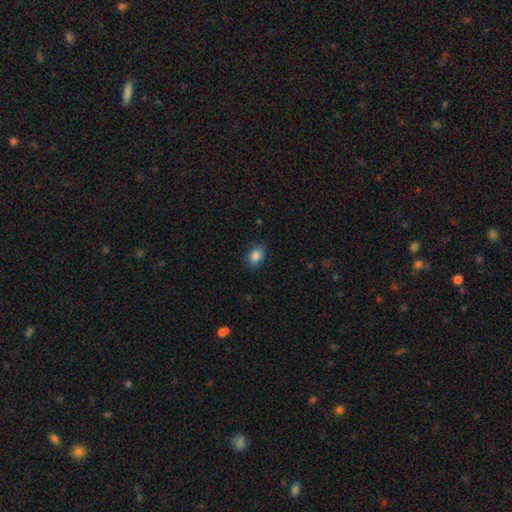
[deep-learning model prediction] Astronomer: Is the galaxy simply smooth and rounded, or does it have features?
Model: smooth — 85%.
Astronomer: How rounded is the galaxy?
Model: in between — 70%.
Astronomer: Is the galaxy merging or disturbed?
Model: none — 83%.